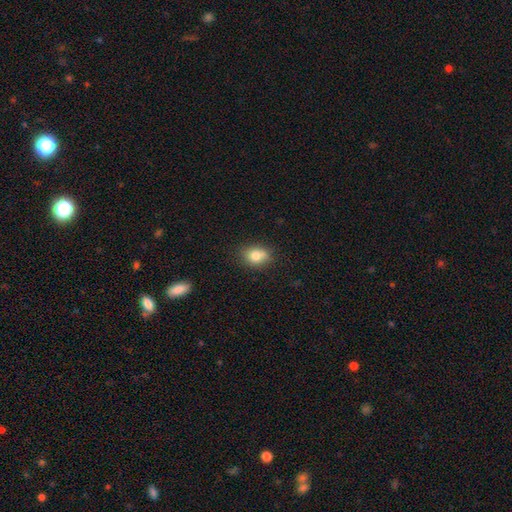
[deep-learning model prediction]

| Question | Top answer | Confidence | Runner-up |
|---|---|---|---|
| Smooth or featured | smooth | 79% | featured or disk (11%) |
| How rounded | in between | 57% | round (41%) |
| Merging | none | 68% | minor disturbance (19%) |